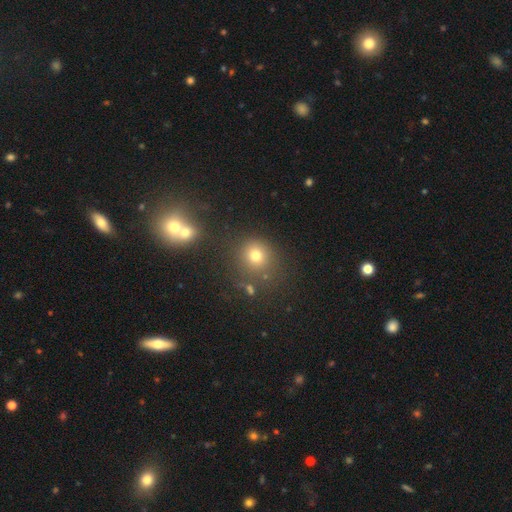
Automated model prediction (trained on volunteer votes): Morphology: type=smooth (74%); roundness=round (88%); merging=none (76%).